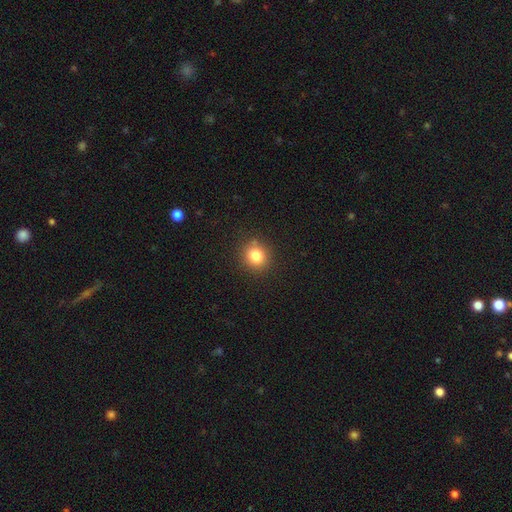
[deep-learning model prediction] Smooth or featured? smooth (82%)
How rounded? round (84%)
Merging? none (86%)